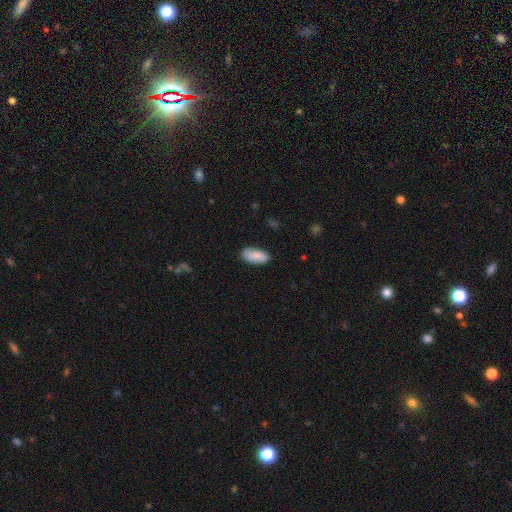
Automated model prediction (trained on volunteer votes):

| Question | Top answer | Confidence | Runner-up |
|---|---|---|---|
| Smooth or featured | smooth | 86% | featured or disk (7%) |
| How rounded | in between | 88% | cigar-shaped (10%) |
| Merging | none | 82% | minor disturbance (14%) |